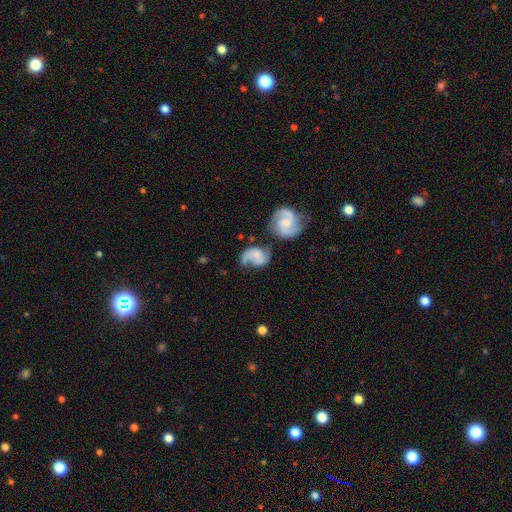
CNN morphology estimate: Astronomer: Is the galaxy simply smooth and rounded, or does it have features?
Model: featured or disk — 67%.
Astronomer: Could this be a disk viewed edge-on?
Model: no — 97%.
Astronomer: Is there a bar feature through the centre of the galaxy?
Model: no — 62%.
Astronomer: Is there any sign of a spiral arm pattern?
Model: yes — 91%.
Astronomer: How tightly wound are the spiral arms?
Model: medium — 42% (runner-up: loose, 41%).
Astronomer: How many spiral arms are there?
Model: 2 — 72%.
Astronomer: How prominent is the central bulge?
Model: small — 46% (runner-up: moderate, 29%).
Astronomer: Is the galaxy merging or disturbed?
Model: none — 34% (runner-up: merger, 28%).